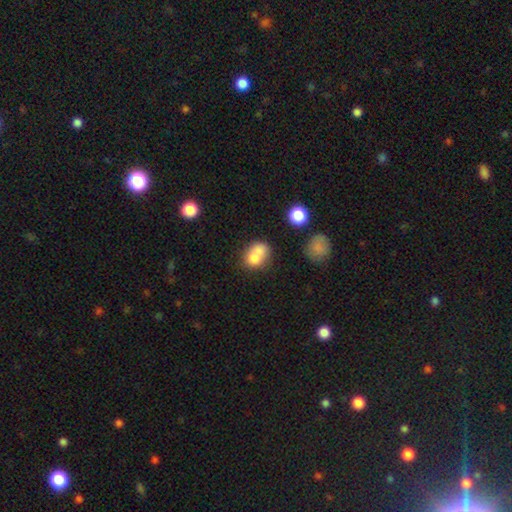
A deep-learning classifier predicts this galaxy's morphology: This appears to be a smooth galaxy with no disk features (74%) that is in between round and cigar-shaped (57%). Merging: merger (44%).